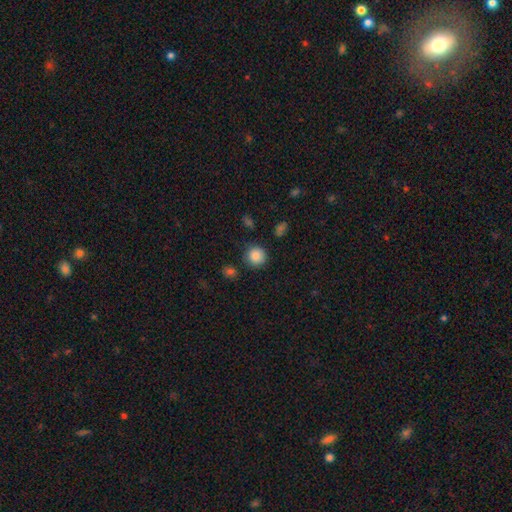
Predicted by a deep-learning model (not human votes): smooth_or_featured: smooth (p=0.86) [alt: star or artifact p=0.10]
how_rounded: round (p=0.93) [alt: in between p=0.06]
merging: none (p=0.85) [alt: minor disturbance p=0.09]